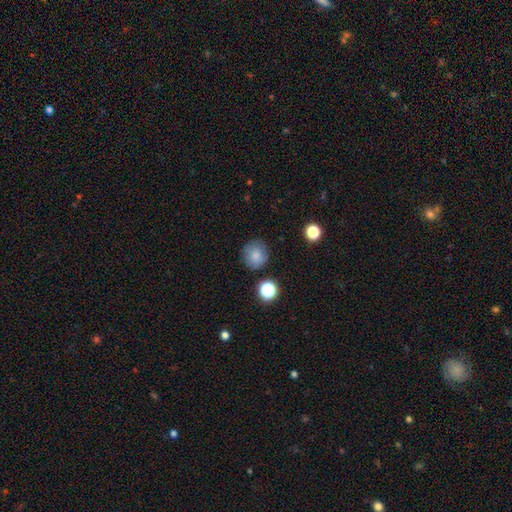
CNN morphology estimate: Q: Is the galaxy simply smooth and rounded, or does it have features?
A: smooth — 82%.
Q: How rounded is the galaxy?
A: round — 90%.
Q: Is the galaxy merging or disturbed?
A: none — 81%.